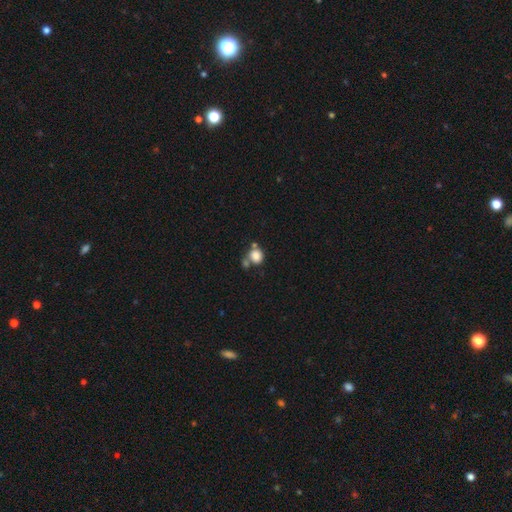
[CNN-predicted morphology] Smooth or featured? smooth (83%)
How rounded? round (80%)
Merging? none (49%)